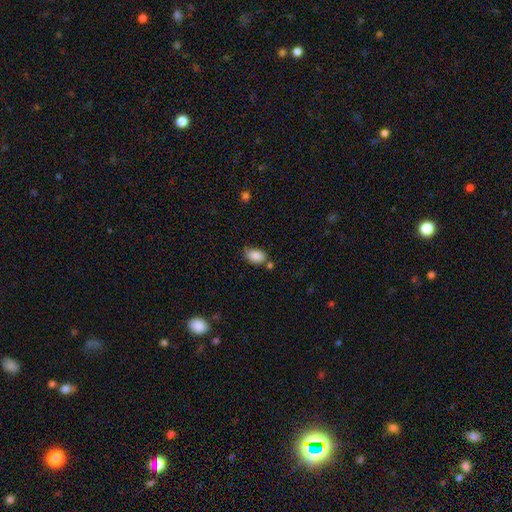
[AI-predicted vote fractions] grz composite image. It shows a smooth galaxy with no disk features (87%) that is in between round and cigar-shaped (85%). Merging: none (67%).